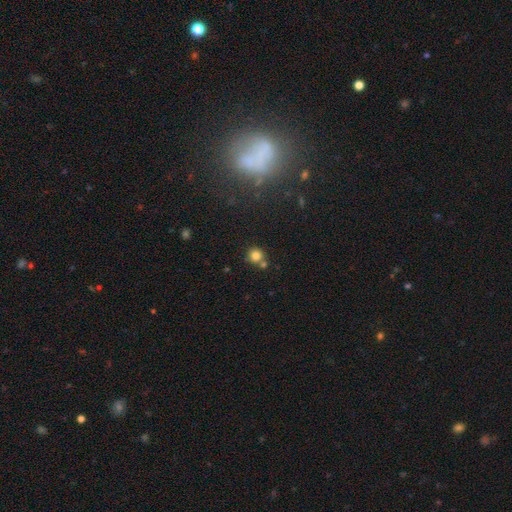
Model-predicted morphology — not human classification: Overall: smooth (80%). How rounded: round (90%). Merging: none (66%).